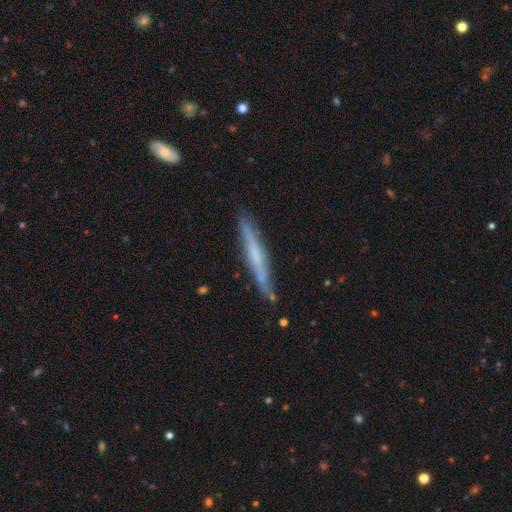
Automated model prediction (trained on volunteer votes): smooth_or_featured: featured or disk (p=0.53) [alt: smooth p=0.41]
disk_edge_on: yes (p=0.93) [alt: no p=0.07]
merging: none (p=0.82) [alt: minor disturbance p=0.14]